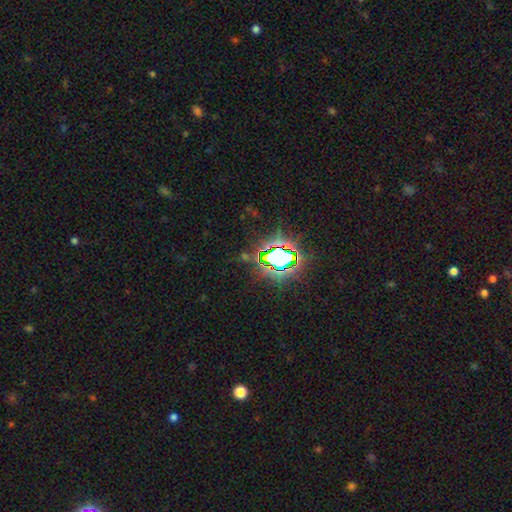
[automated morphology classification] This is clearly a star or artifact rather than a galaxy (82%).